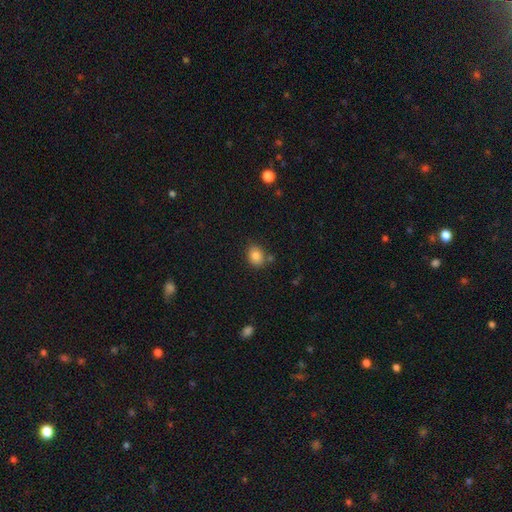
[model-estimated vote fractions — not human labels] A smooth galaxy with no disk features (83%) that is round (50%).

Vote fractions:
- Smooth or featured? smooth: 83% / star or artifact: 10% / featured or disk: 7%
- How rounded? round: 50% / in between: 49% / cigar-shaped: 1%
- Merging? none: 75% / minor disturbance: 14% / merger: 8% / major disturbance: 3%